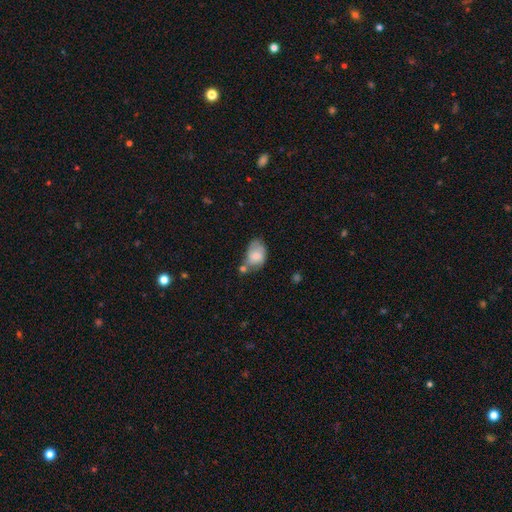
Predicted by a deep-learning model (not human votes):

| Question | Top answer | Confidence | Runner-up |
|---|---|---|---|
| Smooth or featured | smooth | 70% | featured or disk (23%) |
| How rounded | in between | 84% | round (15%) |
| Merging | none | 37% | minor disturbance (30%) |